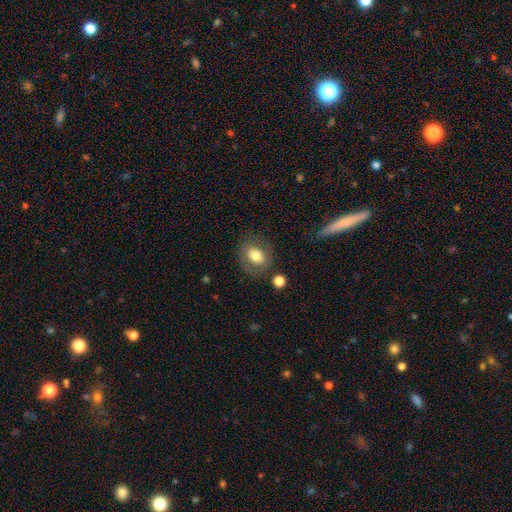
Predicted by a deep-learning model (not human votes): smooth_or_featured: smooth (p=0.72) [alt: featured or disk p=0.20]
how_rounded: round (p=0.51) [alt: in between p=0.48]
merging: none (p=0.78) [alt: minor disturbance p=0.13]